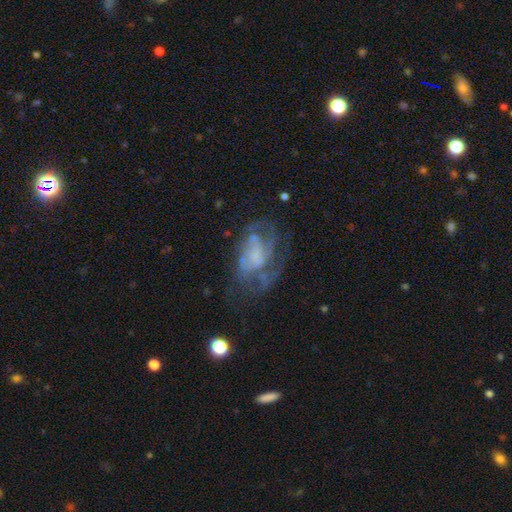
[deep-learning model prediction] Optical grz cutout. It shows a featured or disk galaxy (69%) with no bar (78%), spiral arms (59%) and no central bulge (53%). Merging: none (43%).